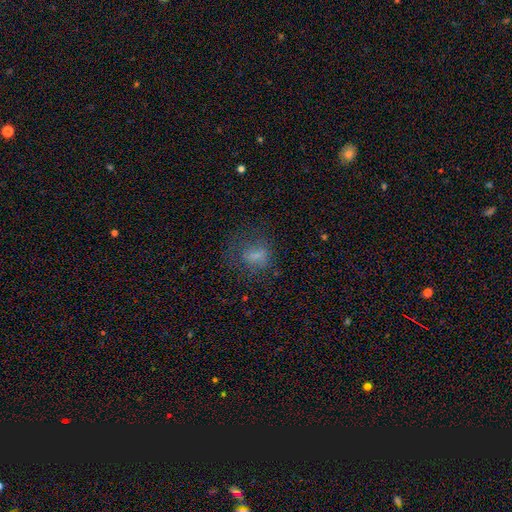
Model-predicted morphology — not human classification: This appears to be a smooth galaxy with no disk features (62%) that is in between round and cigar-shaped (51%). Merging: none (51%).